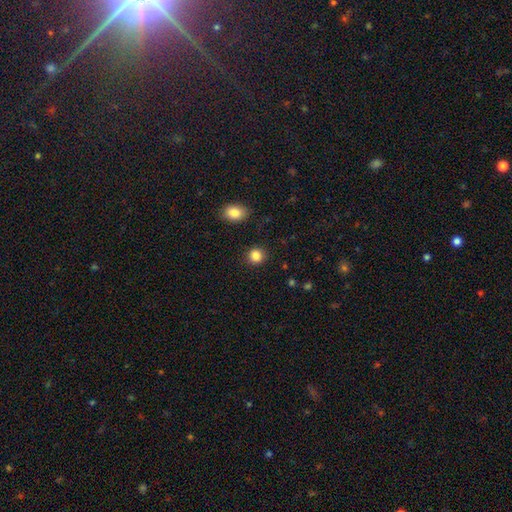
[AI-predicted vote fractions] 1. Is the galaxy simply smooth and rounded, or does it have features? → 86% smooth, 10% star or artifact, 4% featured or disk.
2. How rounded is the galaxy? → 88% round, 11% in between, 1% cigar-shaped.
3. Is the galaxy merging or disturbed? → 89% none, 6% minor disturbance, 2% major disturbance, 2% merger.